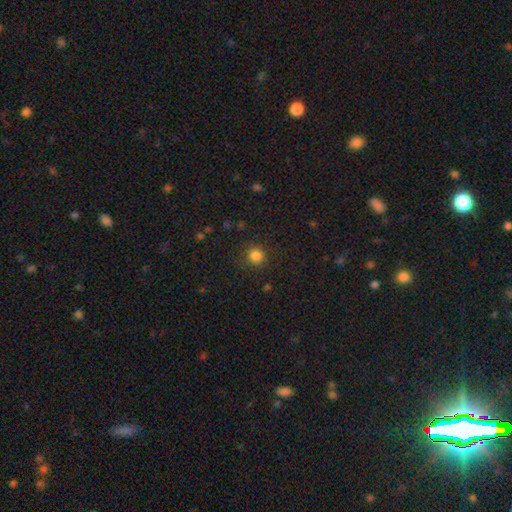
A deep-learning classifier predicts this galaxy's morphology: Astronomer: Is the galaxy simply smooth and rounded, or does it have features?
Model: smooth — 84%.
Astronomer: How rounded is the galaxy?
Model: round — 92%.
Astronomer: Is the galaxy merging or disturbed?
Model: none — 88%.